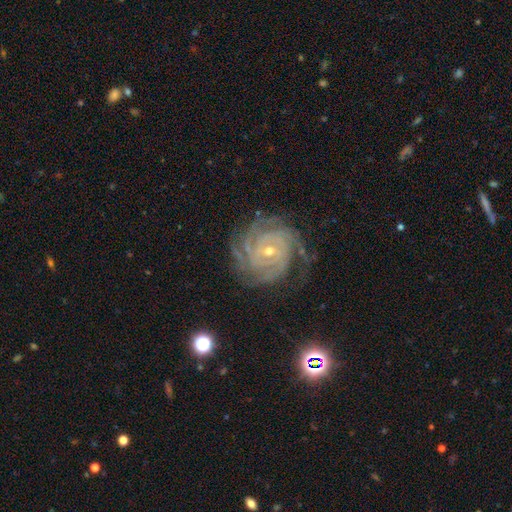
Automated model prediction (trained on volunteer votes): Overall: featured or disk (86%). Edge-on disk: no (97%). Bar: no (62%; weak 27%). Spiral arms: yes (98%). Spiral arm count: 4 (28%; 3 20%). Spiral winding: tight (80%). Bulge size: small (76%). Merging: none (79%).